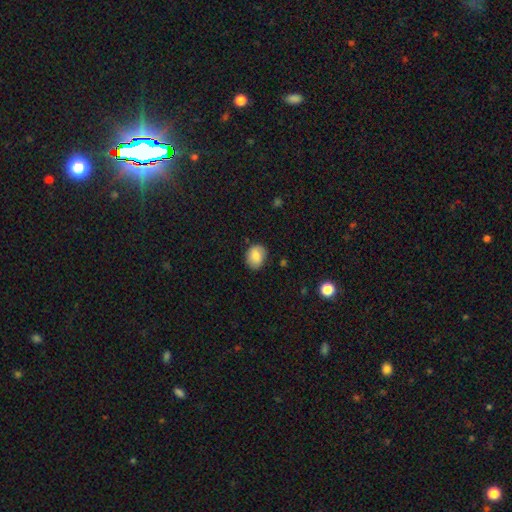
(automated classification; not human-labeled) smooth 84%, featured or disk 8%, star or artifact 8%. Down the decision tree: how rounded — in between (52%); merging — none (80%).